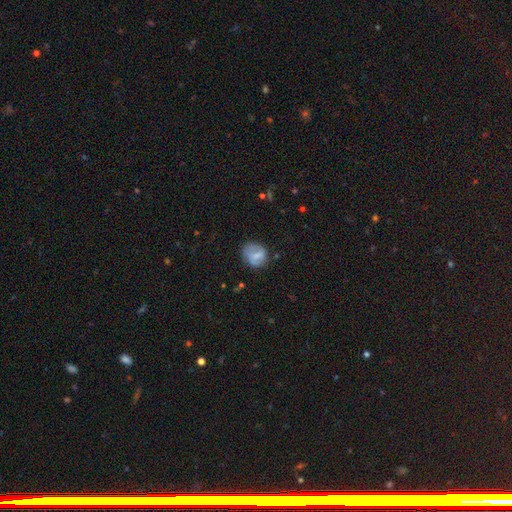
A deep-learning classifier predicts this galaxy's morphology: The model was most divided on "how rounded": round: 62%, in between: 36%, cigar-shaped: 1%. More confident: merging — none (62%); smooth or featured — smooth (60%).